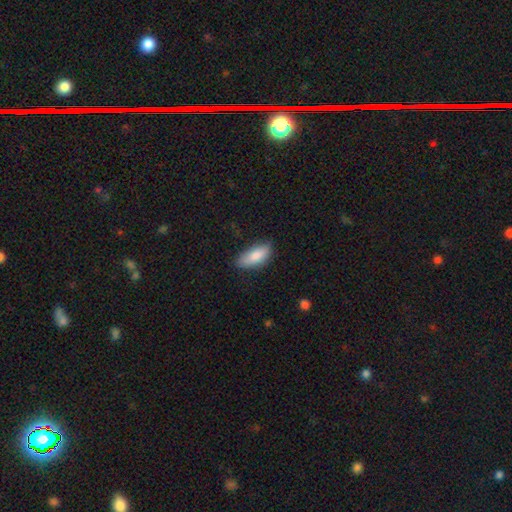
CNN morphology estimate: Overall: smooth (84%). How rounded: in between (83%). Merging: none (75%).